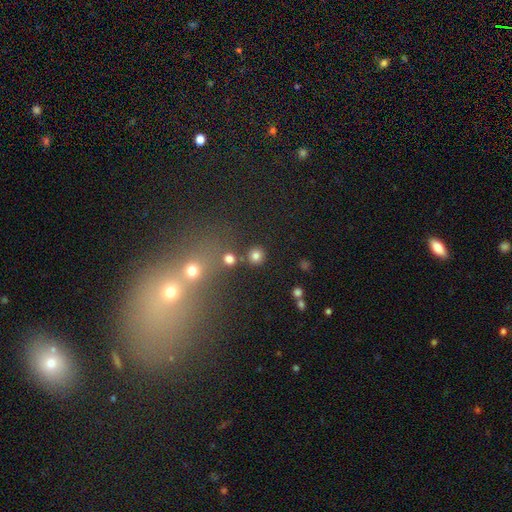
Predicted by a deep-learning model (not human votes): Q: Smooth or featured?
A: smooth (80%); runner-up: star or artifact (14%)
Q: How rounded?
A: round (93%); runner-up: in between (6%)
Q: Merging?
A: none (86%); runner-up: minor disturbance (6%)